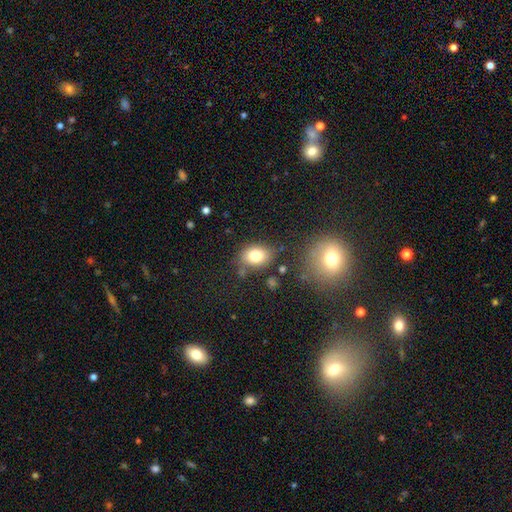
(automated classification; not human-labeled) Morphology: type=smooth (80%); roundness=in between (66%); merging=none (73%).